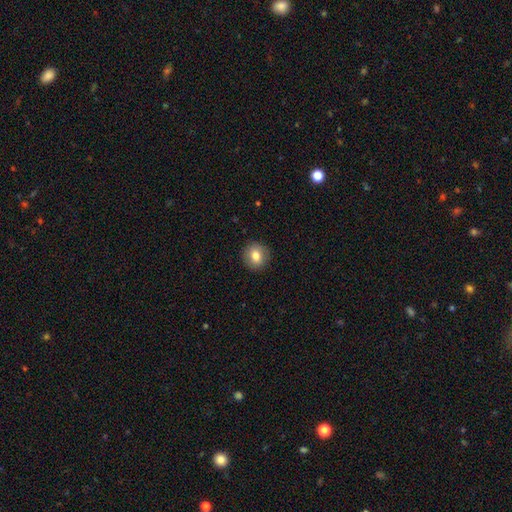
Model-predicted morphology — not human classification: Smooth or featured? Predicted: smooth (p=0.79). How rounded? Predicted: round (p=0.88). Merging? Predicted: none (p=0.90).